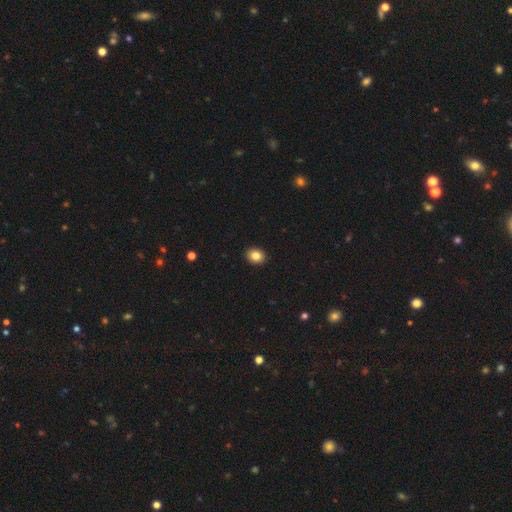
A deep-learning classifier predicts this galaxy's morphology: smooth_or_featured: smooth (p=0.85) [alt: star or artifact p=0.10]
how_rounded: round (p=0.58) [alt: in between p=0.41]
merging: none (p=0.92) [alt: minor disturbance p=0.06]